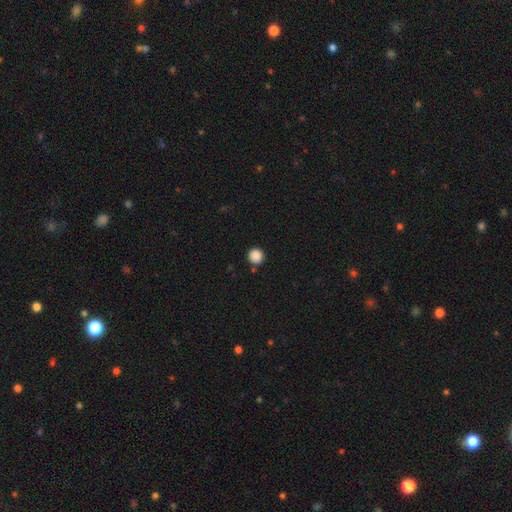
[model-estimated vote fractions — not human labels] Q: Smooth or featured?
A: smooth (88%); runner-up: star or artifact (10%)
Q: How rounded?
A: round (94%); runner-up: in between (5%)
Q: Merging?
A: none (88%); runner-up: minor disturbance (7%)